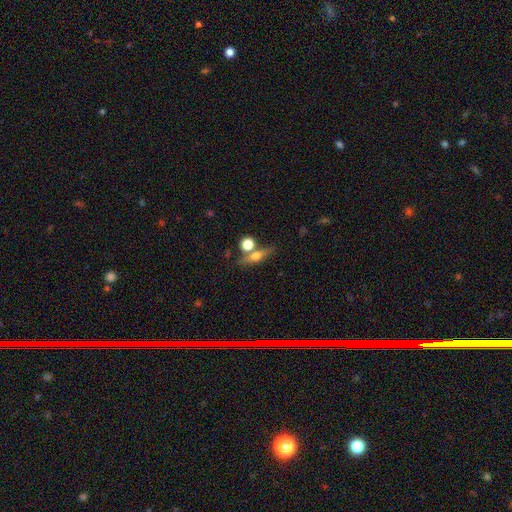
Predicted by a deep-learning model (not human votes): smooth_or_featured: smooth (p=0.45) [tied with: featured or disk p=0.45]
merging: none (p=0.66) [alt: merger p=0.19]